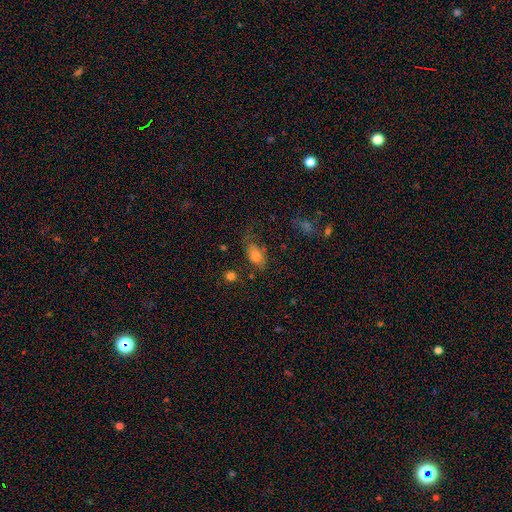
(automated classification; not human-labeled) The model was most divided on "merging": none: 55%, minor disturbance: 26%, major disturbance: 15%, merger: 4%. More confident: how rounded — in between (85%); smooth or featured — smooth (75%).